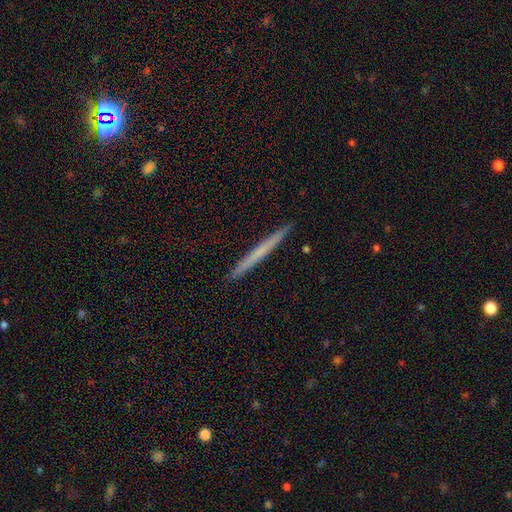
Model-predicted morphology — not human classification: Overall: smooth (54%; featured or disk 40%). How rounded: cigar-shaped (97%). Merging: none (93%).